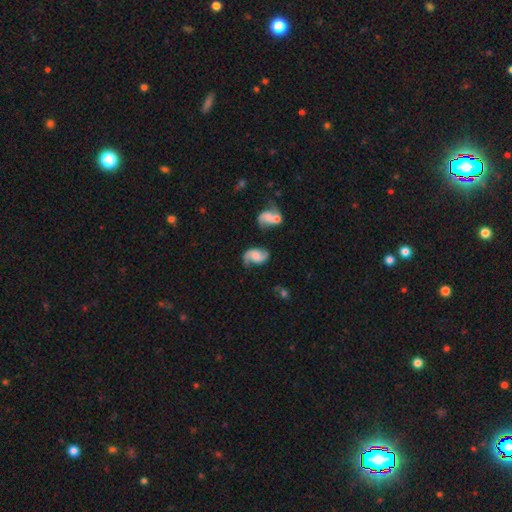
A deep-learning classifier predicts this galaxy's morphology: featured or disk 82%, smooth 12%, star or artifact 6%. Down the decision tree: edge-on disk — no (97%); bar — no (58%); spiral arms — yes (96%); spiral arm count — 2 (91%); spiral winding — loose (48%); bulge size — none (34%); merging — none (67%).